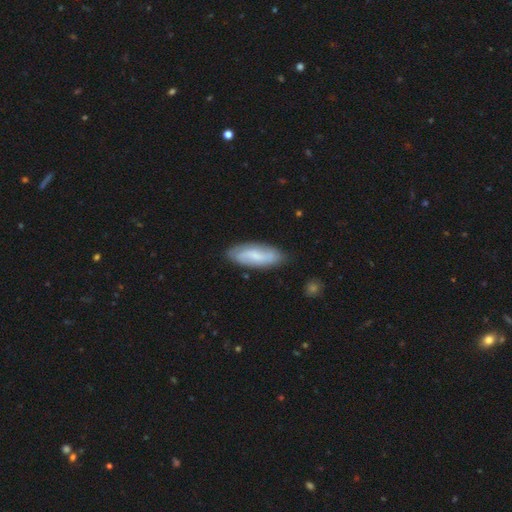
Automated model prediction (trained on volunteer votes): smooth-or-featured: featured or disk: 48% | smooth: 46% | star or artifact: 7%
  merging: none: 80% | minor disturbance: 15% | major disturbance: 3% | merger: 2%